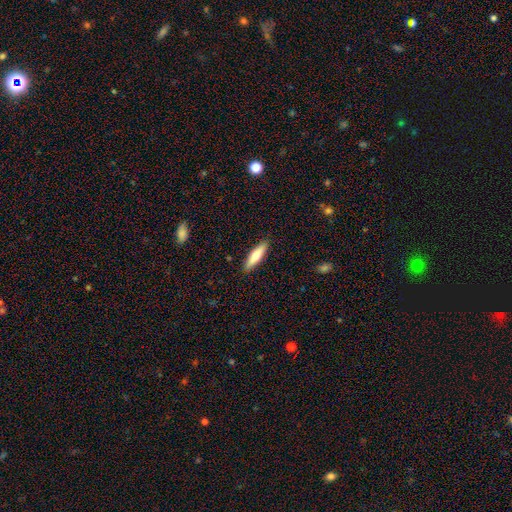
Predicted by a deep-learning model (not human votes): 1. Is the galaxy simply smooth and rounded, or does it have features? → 70% smooth, 25% featured or disk, 5% star or artifact.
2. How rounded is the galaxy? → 72% cigar-shaped, 26% in between, 2% round.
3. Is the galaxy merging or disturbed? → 90% none, 7% minor disturbance, 2% major disturbance, 1% merger.